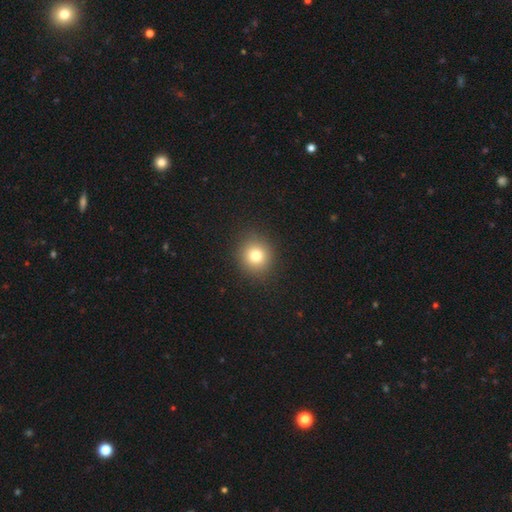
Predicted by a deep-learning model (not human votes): Morphology: type=smooth (79%); roundness=round (86%); merging=none (91%).